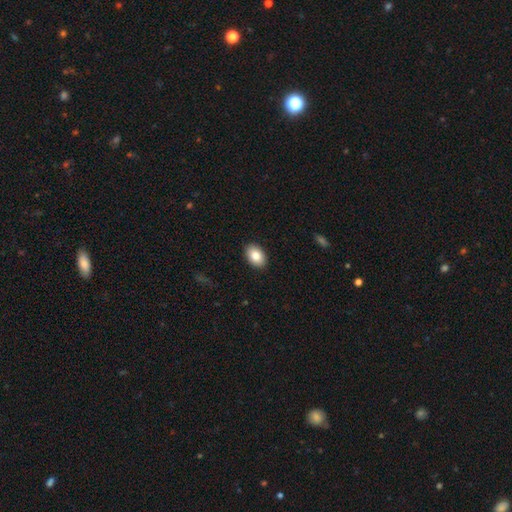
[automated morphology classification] Smooth or featured?
  - smooth: 85% *
  - featured or disk: 8%
  - star or artifact: 7%
How rounded?
  - in between: 88% *
  - round: 11%
  - cigar-shaped: 1%
Merging?
  - none: 90% *
  - minor disturbance: 7%
  - major disturbance: 2%
  - merger: 1%